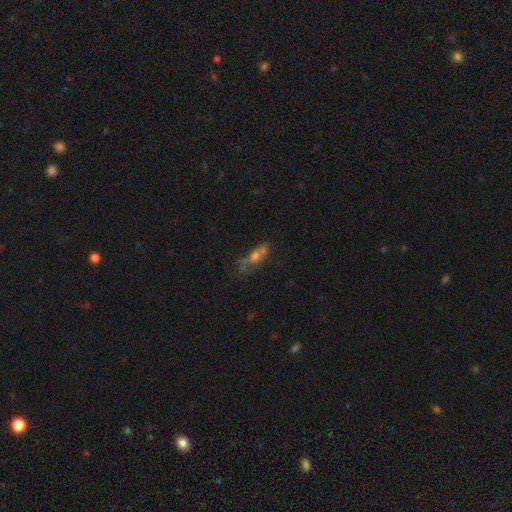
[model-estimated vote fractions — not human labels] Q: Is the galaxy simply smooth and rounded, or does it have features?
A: featured or disk — 41%.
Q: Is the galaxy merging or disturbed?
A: none — 46%.